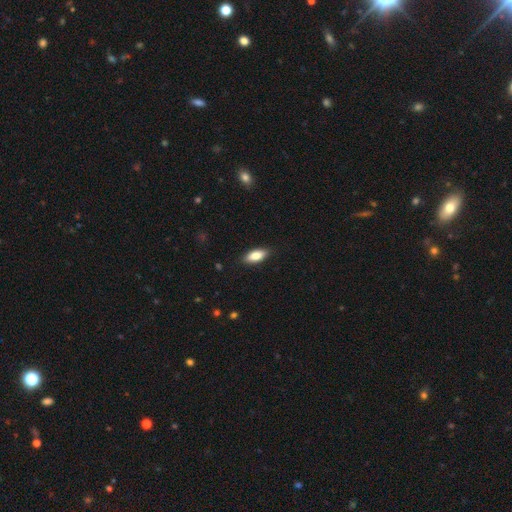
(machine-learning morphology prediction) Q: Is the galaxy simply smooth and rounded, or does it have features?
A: smooth — 84%.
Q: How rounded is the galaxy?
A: in between — 83%.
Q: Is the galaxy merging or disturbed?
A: none — 87%.